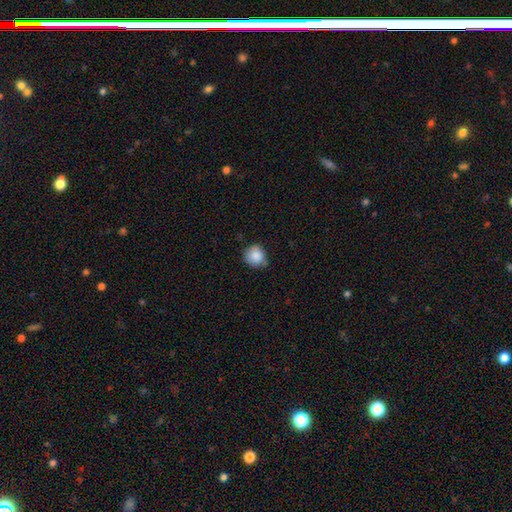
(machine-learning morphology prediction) type=smooth (87%); roundness=round (86%); merging=none (66%).